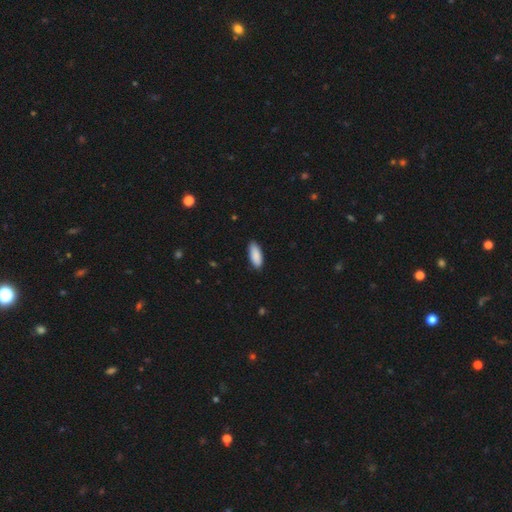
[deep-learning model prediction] This appears to be a smooth galaxy with no disk features (90%) that is in between round and cigar-shaped (79%). Merging: none (88%).